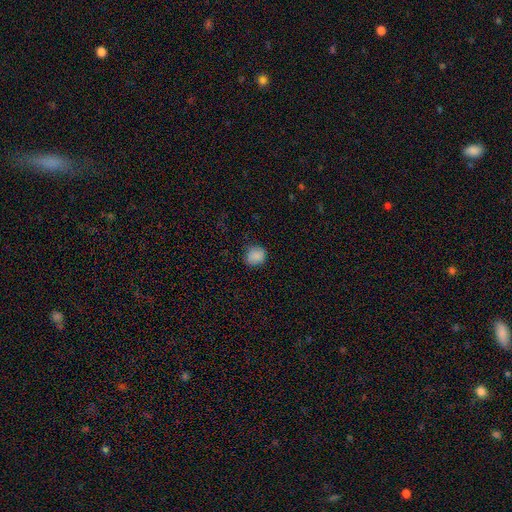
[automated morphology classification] This appears to be a smooth galaxy with no disk features (86%) that is round (80%). Merging: none (80%).